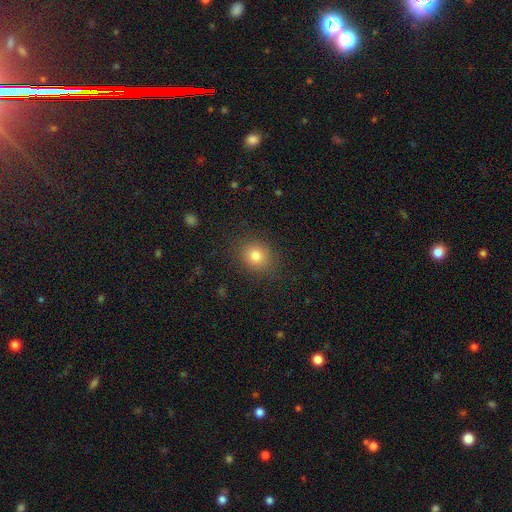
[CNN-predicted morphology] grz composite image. It shows a smooth galaxy with no disk features (81%) that is round (67%). Merging: none (85%).